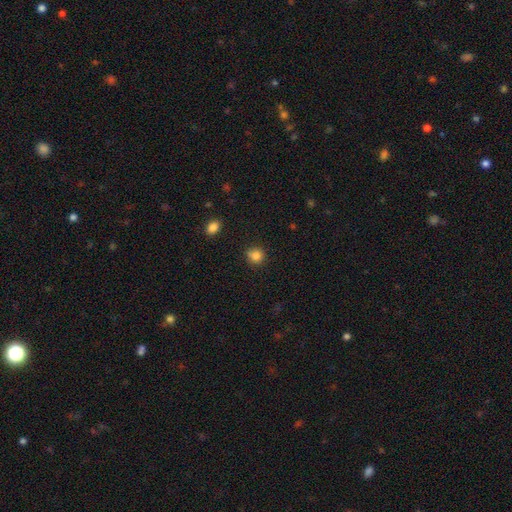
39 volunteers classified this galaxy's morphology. Overall: smooth (85%). How rounded: round (85%). Merging: none (81%).